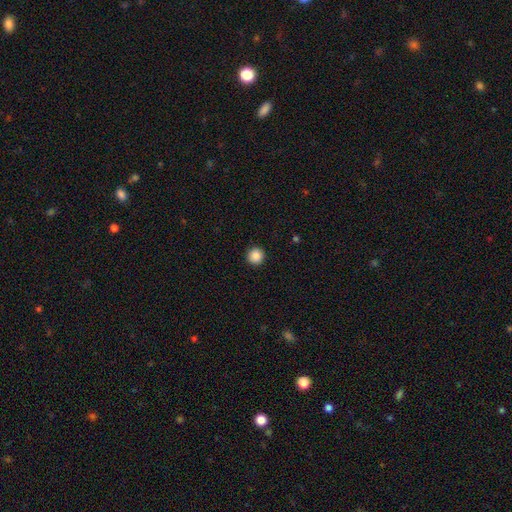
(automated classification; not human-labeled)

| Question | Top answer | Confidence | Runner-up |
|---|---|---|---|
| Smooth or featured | smooth | 86% | star or artifact (9%) |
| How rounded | round | 96% | in between (3%) |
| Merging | none | 93% | minor disturbance (4%) |